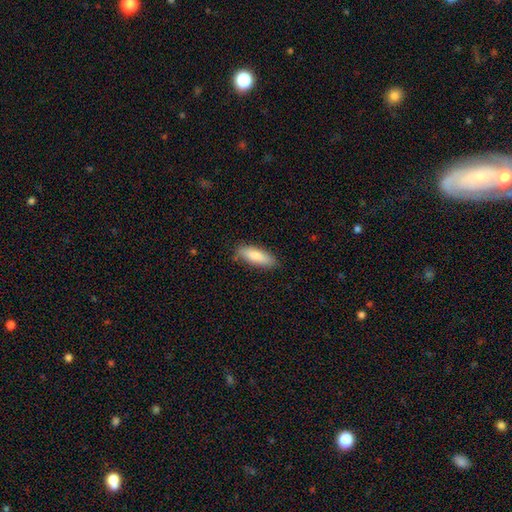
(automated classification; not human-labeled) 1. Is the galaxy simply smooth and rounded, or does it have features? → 85% smooth, 9% featured or disk, 6% star or artifact.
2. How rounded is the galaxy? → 56% in between, 42% cigar-shaped, 2% round.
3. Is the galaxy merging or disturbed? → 82% none, 14% minor disturbance, 3% major disturbance, 1% merger.